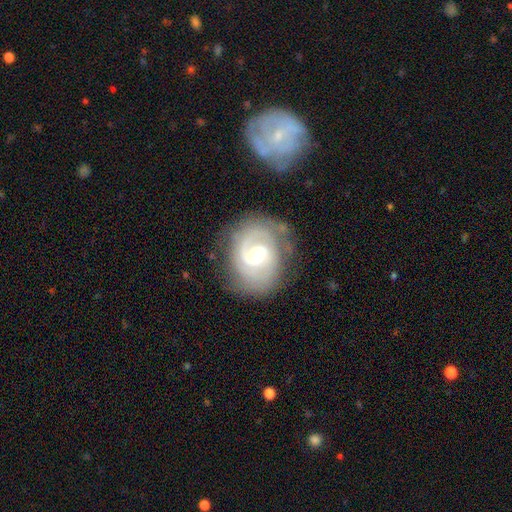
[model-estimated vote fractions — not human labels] featured or disk 86%, smooth 9%, star or artifact 5%. Down the decision tree: edge-on disk — no (98%); bar — weak (54%); spiral arms — yes (95%); spiral arm count — 2 (66%); spiral winding — tight (51%); bulge size — moderate (66%); merging — none (73%).